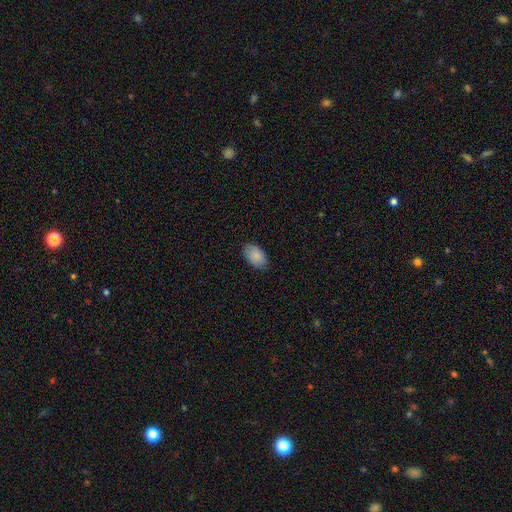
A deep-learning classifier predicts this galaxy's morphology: Q: Smooth or featured?
A: smooth (88%); runner-up: star or artifact (6%)
Q: How rounded?
A: in between (93%); runner-up: round (6%)
Q: Merging?
A: none (84%); runner-up: minor disturbance (12%)